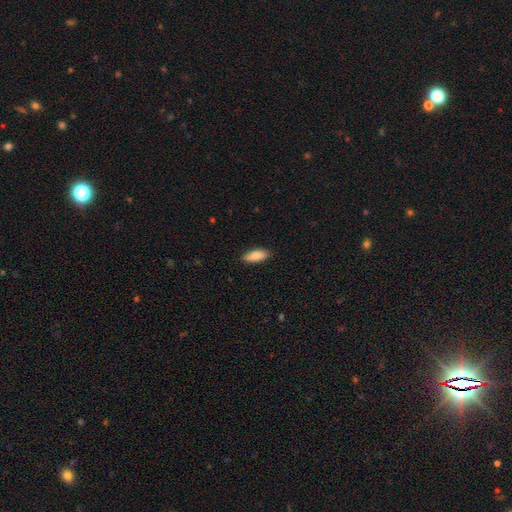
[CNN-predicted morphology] Smooth or featured? Predicted: smooth (p=0.85). How rounded? Predicted: in between (p=0.77). Merging? Predicted: none (p=0.89).